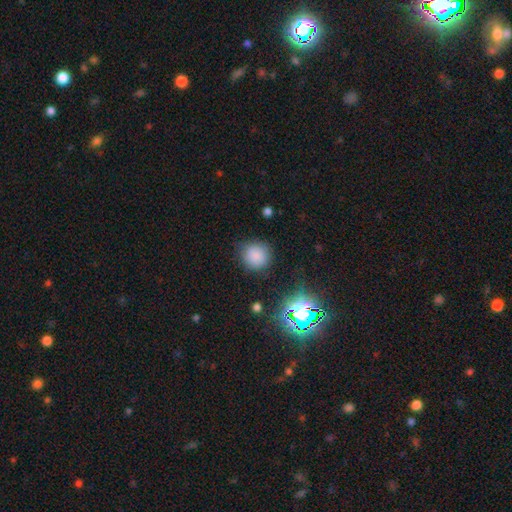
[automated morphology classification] Overall: smooth (81%). How rounded: round (90%). Merging: none (82%).